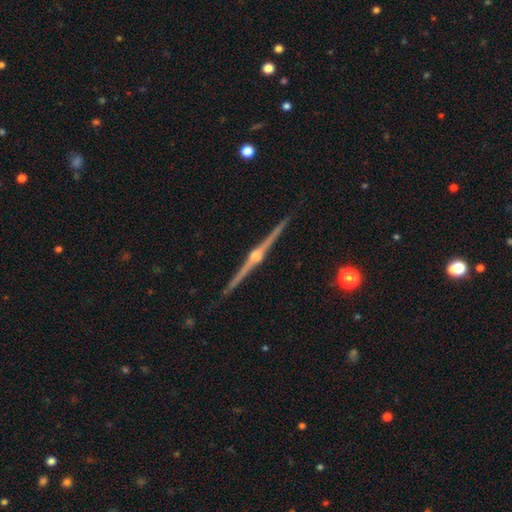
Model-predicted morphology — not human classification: A featured or disk galaxy (90%) viewed edge-on (99%) with a rounded central bulge (96%).

Vote fractions:
- Smooth or featured? featured or disk: 90% / star or artifact: 5% / smooth: 5%
- Edge-on disk? yes: 99% / no: 1%
- Edge-on bulge? rounded: 96% / boxy: 2% / none: 2%
- Merging? none: 92% / minor disturbance: 5% / major disturbance: 1% / merger: 1%